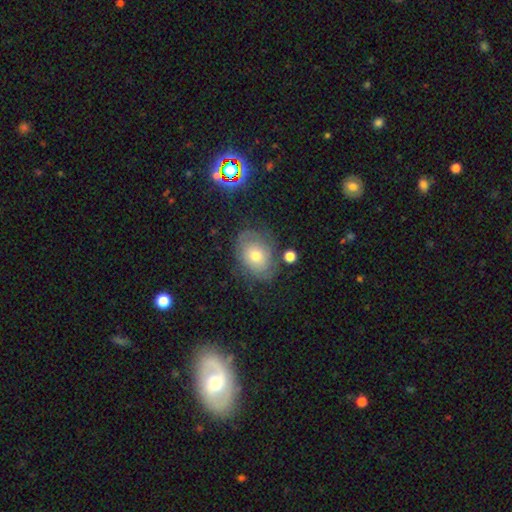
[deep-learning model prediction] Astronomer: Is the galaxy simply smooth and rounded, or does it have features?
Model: smooth — 44% (runner-up: featured or disk, 43%).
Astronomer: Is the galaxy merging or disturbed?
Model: none — 67%.